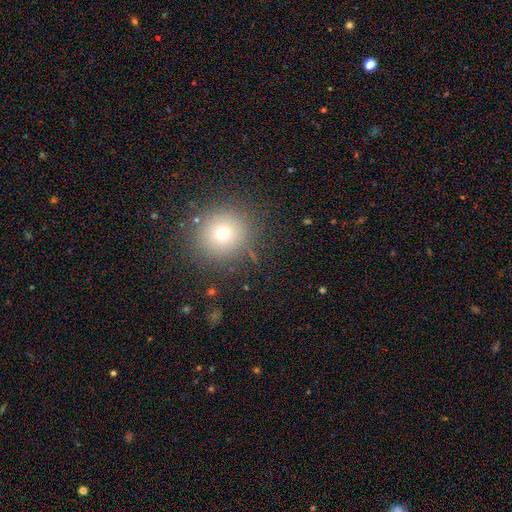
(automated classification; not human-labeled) Q: Smooth or featured?
A: smooth (61%); runner-up: star or artifact (29%)
Q: How rounded?
A: round (91%); runner-up: in between (8%)
Q: Merging?
A: none (90%); runner-up: minor disturbance (6%)